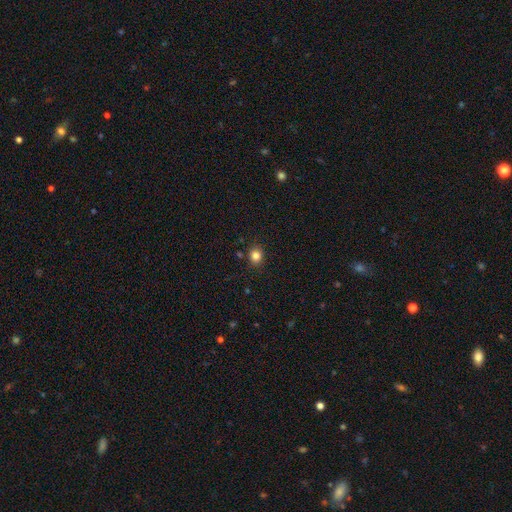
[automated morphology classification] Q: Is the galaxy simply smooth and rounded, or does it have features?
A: smooth — 83%.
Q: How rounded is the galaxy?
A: round — 72%.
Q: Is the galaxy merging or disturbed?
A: none — 86%.